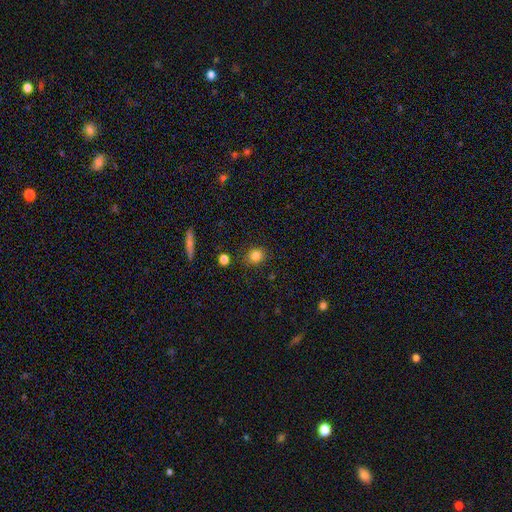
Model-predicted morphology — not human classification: Smooth or featured? Predicted: smooth (p=0.82). How rounded? Predicted: round (p=0.83). Merging? Predicted: none (p=0.87).